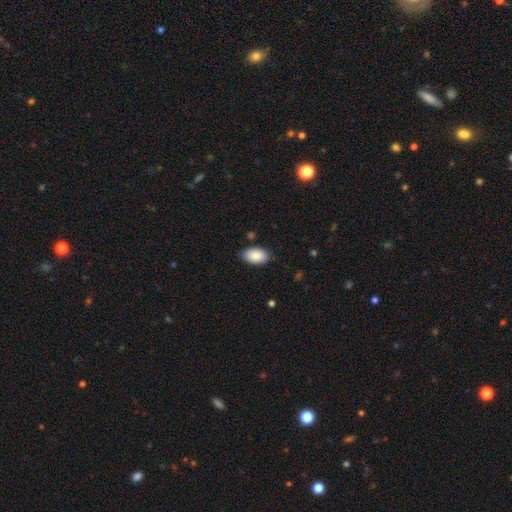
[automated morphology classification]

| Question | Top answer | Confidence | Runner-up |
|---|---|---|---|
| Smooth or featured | smooth | 88% | star or artifact (6%) |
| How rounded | in between | 94% | round (4%) |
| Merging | none | 85% | minor disturbance (11%) |